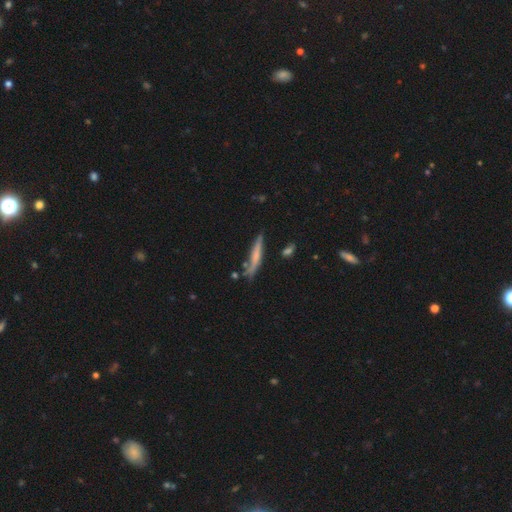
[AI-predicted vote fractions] smooth-or-featured: smooth: 53% | featured or disk: 40% | star or artifact: 7%
  how-rounded: cigar-shaped: 92% | in between: 6% | round: 2%
  merging: none: 75% | minor disturbance: 16% | merger: 5% | major disturbance: 3%